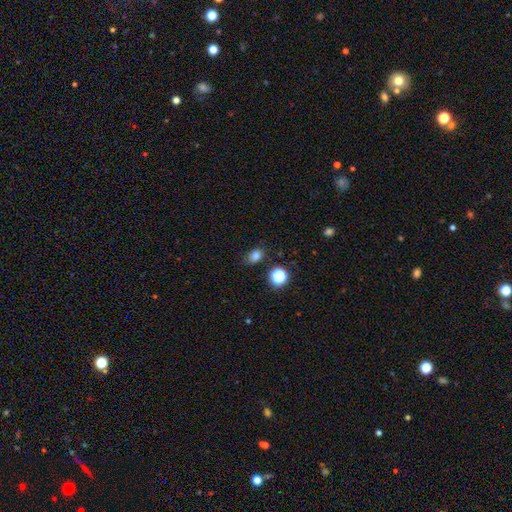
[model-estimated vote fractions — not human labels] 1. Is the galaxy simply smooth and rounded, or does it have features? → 78% smooth, 15% star or artifact, 6% featured or disk.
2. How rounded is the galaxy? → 66% in between, 33% round, 1% cigar-shaped.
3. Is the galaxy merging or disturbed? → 77% none, 16% minor disturbance, 4% major disturbance, 3% merger.